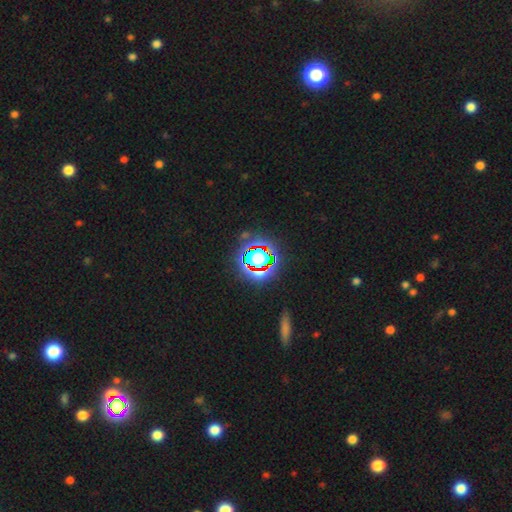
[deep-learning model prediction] The model was most divided on "smooth or featured": star or artifact: 82%, smooth: 11%, featured or disk: 7%.